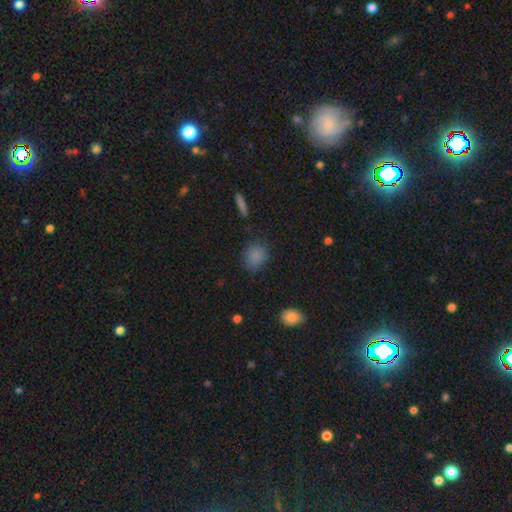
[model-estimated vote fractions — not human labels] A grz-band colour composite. It shows a smooth galaxy with no disk features (82%) that is round (63%). Merging: none (74%).